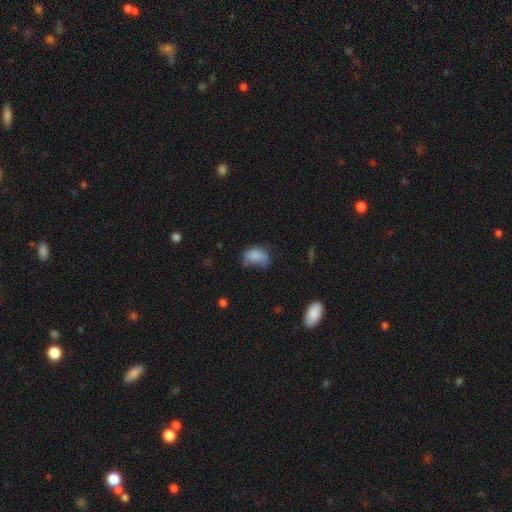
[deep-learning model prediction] A smooth galaxy with no disk features (78%) that is in between round and cigar-shaped (79%).

Vote fractions:
- Smooth or featured? smooth: 78% / featured or disk: 11% / star or artifact: 11%
- How rounded? in between: 79% / round: 20% / cigar-shaped: 1%
- Merging? minor disturbance: 37% / none: 34% / major disturbance: 25% / merger: 4%